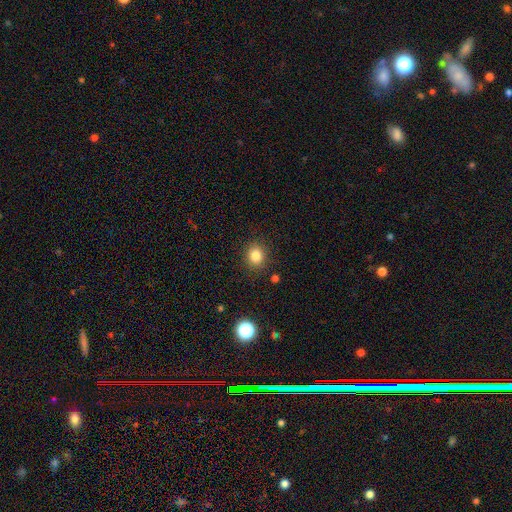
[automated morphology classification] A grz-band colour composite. It shows a smooth galaxy with no disk features (83%) that is round (77%). Merging: none (88%).